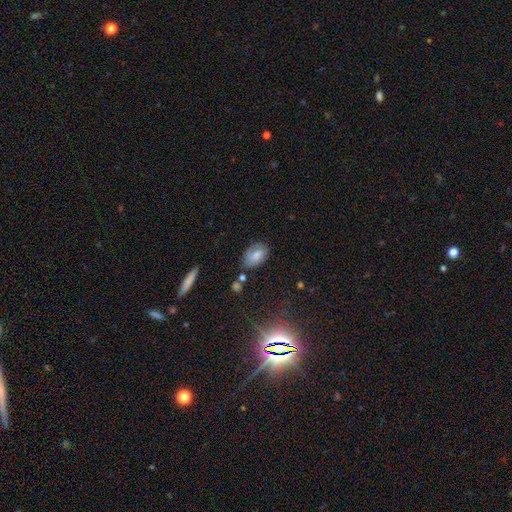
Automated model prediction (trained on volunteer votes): This is likely a smooth galaxy (79%). How rounded: clearly in between (89%). Merging: likely none (71%).